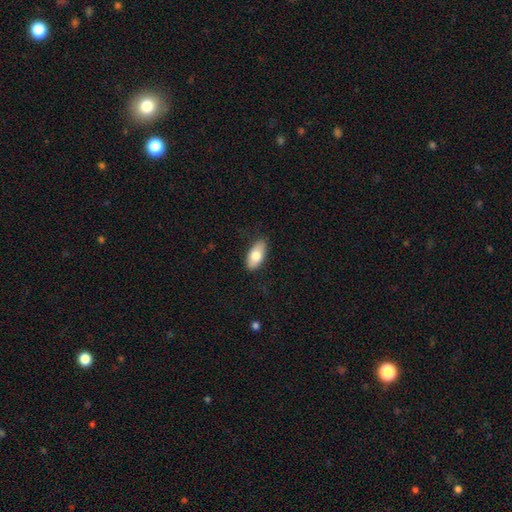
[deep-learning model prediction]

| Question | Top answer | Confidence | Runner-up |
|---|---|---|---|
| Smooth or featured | smooth | 75% | featured or disk (19%) |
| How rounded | in between | 90% | cigar-shaped (6%) |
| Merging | none | 84% | minor disturbance (12%) |